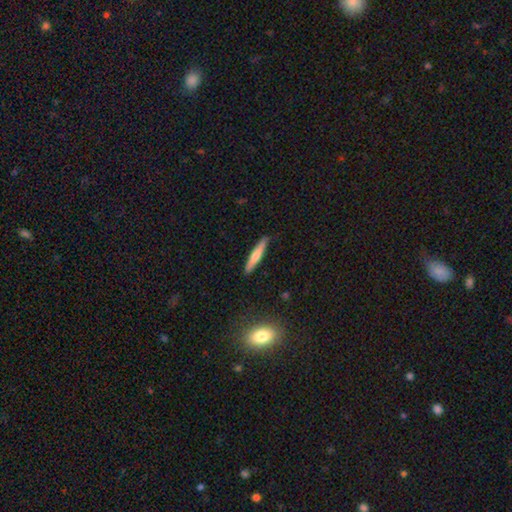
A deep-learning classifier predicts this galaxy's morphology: type=smooth (65%); roundness=cigar-shaped (93%); merging=none (88%).